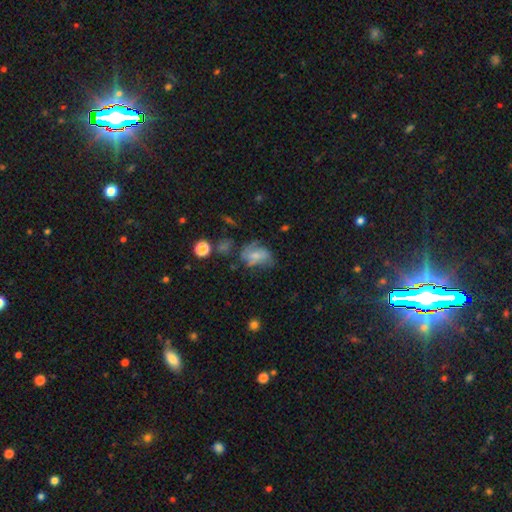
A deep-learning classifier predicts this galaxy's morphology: Overall: featured or disk (46%; smooth 43%). Merging: none (39%; minor disturbance 27%).